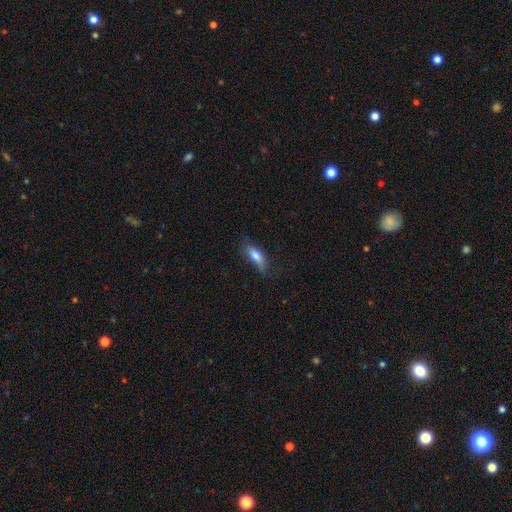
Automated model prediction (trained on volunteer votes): A smooth galaxy with no disk features (74%) that is in between round and cigar-shaped (60%).

Vote fractions:
- Smooth or featured? smooth: 74% / featured or disk: 18% / star or artifact: 7%
- How rounded? in between: 60% / cigar-shaped: 37% / round: 2%
- Merging? none: 61% / minor disturbance: 28% / major disturbance: 10% / merger: 2%